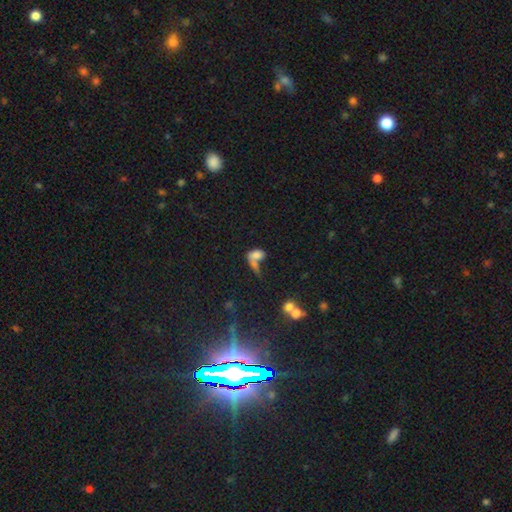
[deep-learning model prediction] smooth_or_featured: smooth (p=0.67) [alt: featured or disk p=0.20]
how_rounded: in between (p=0.79) [alt: round p=0.15]
merging: merger (p=0.43) [alt: none p=0.22]